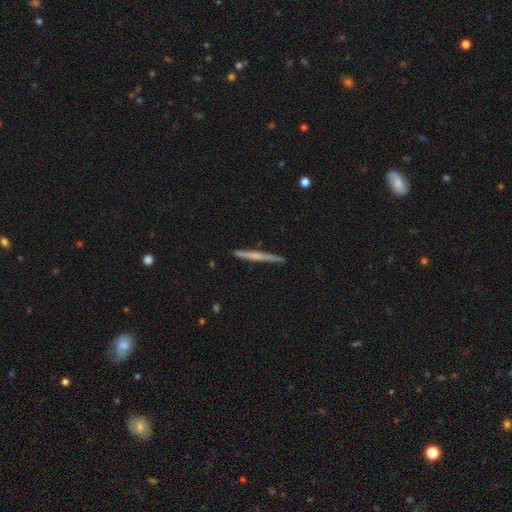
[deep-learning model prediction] Smooth or featured: featured or disk — 53% (smooth — 41%)
Edge-on disk: yes — 98% (no — 2%)
Edge-on bulge: none — 62% (rounded — 29%)
Merging: none — 90% (minor disturbance — 8%)